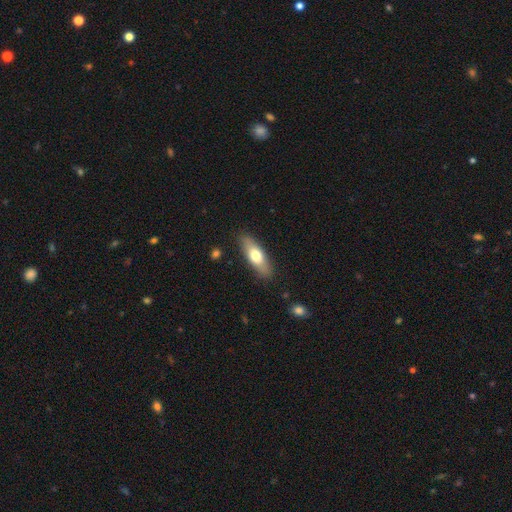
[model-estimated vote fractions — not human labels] smooth-or-featured: smooth: 65% | featured or disk: 30% | star or artifact: 6%
  how-rounded: in between: 57% | cigar-shaped: 40% | round: 3%
  merging: none: 87% | minor disturbance: 10% | major disturbance: 2% | merger: 1%